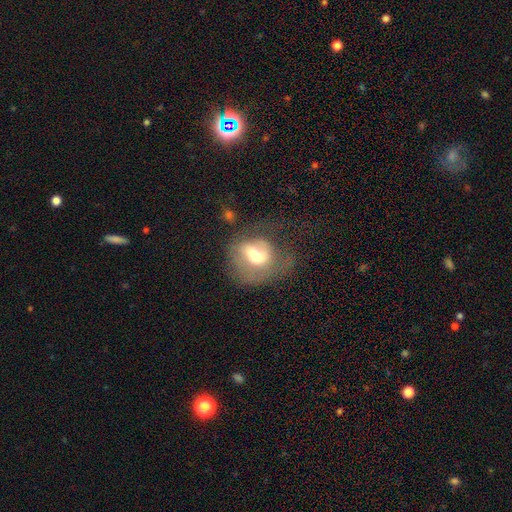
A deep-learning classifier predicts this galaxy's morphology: Overall: featured or disk (46%; smooth 45%). Merging: major disturbance (35%; merger 24%).